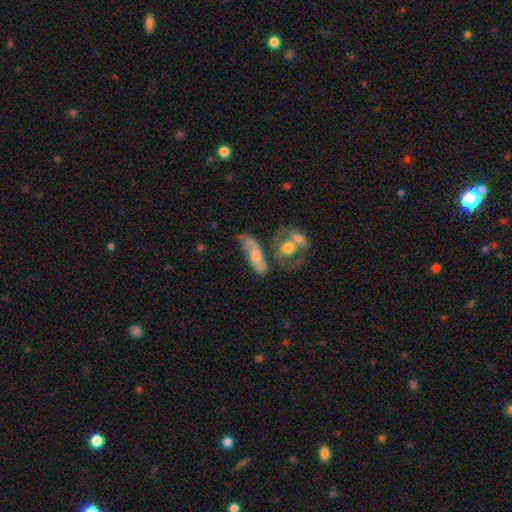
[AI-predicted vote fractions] Overall: featured or disk (48%; smooth 44%). Merging: none (32%; merger 28%).